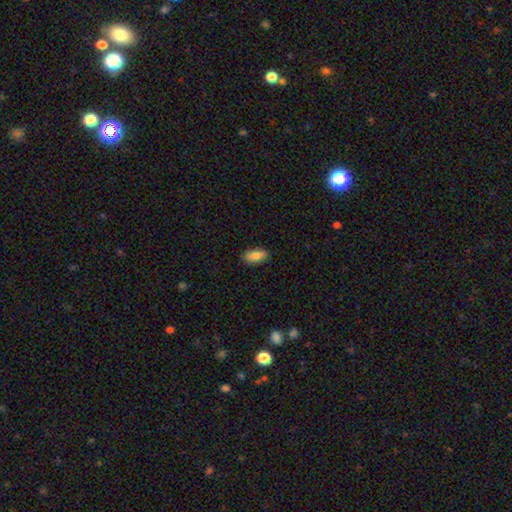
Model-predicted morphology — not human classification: Smooth or featured? Predicted: smooth (p=0.85). How rounded? Predicted: in between (p=0.88). Merging? Predicted: none (p=0.88).